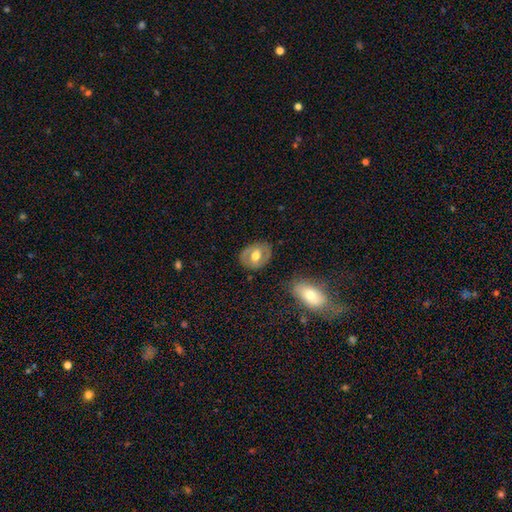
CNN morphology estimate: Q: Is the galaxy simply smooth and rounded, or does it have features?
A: featured or disk — 51%.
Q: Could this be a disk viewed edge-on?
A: no — 94%.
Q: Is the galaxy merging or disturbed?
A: none — 78%.